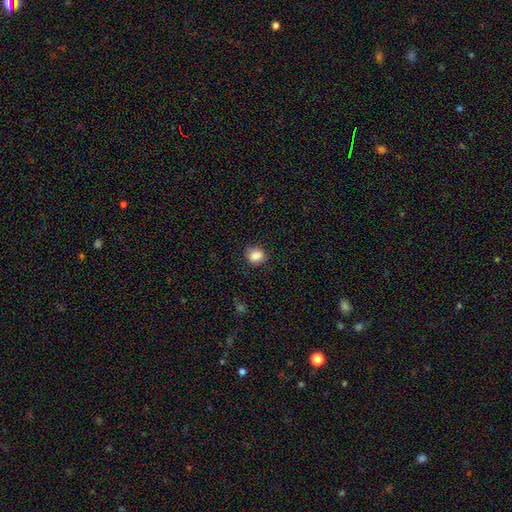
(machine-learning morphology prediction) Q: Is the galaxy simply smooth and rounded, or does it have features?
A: smooth — 87%.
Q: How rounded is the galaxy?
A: round — 60%.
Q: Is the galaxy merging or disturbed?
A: none — 83%.